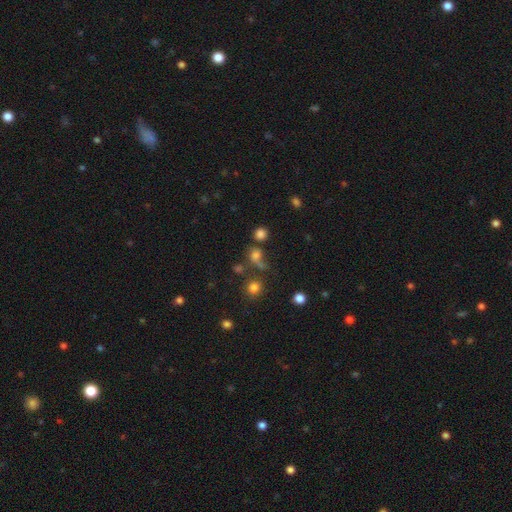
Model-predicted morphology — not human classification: A smooth galaxy with no disk features (66%) that is round (75%).

Vote fractions:
- Smooth or featured? smooth: 66% / star or artifact: 21% / featured or disk: 13%
- How rounded? round: 75% / in between: 23% / cigar-shaped: 2%
- Merging? none: 44% / merger: 22% / major disturbance: 18% / minor disturbance: 16%